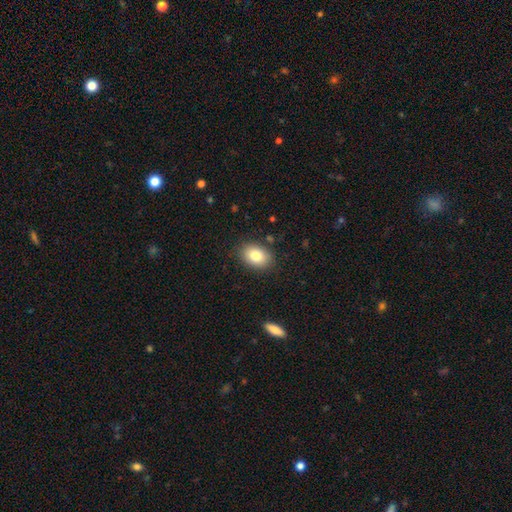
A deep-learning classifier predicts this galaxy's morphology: A smooth galaxy with no disk features (82%) that is in between round and cigar-shaped (78%).

Vote fractions:
- Smooth or featured? smooth: 82% / featured or disk: 10% / star or artifact: 8%
- How rounded? in between: 78% / round: 21% / cigar-shaped: 1%
- Merging? none: 86% / minor disturbance: 10% / major disturbance: 3% / merger: 2%